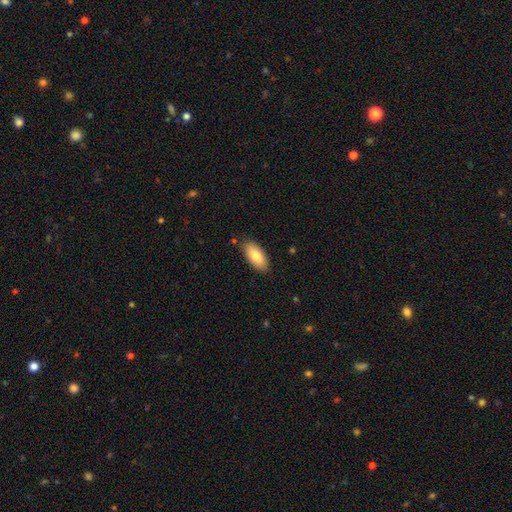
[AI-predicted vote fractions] Morphology: type=smooth (82%); roundness=in between (90%); merging=none (86%).